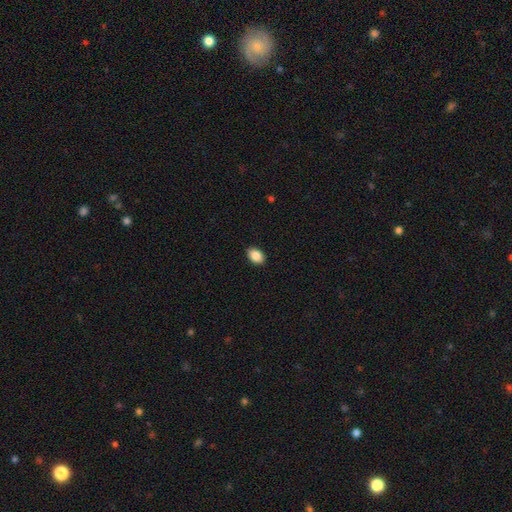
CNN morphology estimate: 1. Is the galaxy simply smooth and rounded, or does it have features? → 88% smooth, 8% star or artifact, 4% featured or disk.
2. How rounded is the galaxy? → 83% in between, 15% round, 1% cigar-shaped.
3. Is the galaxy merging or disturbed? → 90% none, 7% minor disturbance, 2% major disturbance, 1% merger.